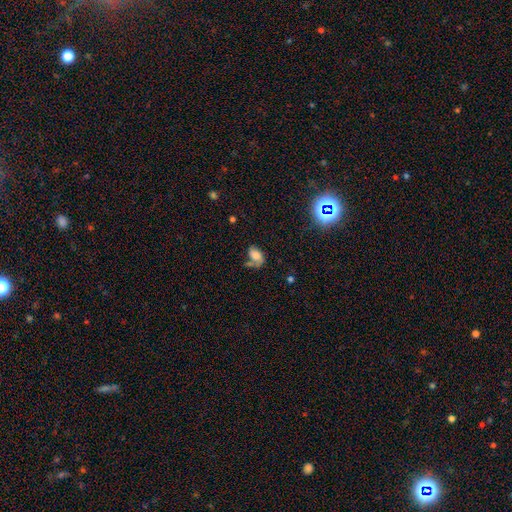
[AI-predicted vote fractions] Smooth or featured?
  - smooth: 56% *
  - featured or disk: 31%
  - star or artifact: 13%
How rounded?
  - in between: 85% *
  - round: 13%
  - cigar-shaped: 2%
Merging?
  - none: 32% *
  - major disturbance: 29%
  - minor disturbance: 20%
  - merger: 19%